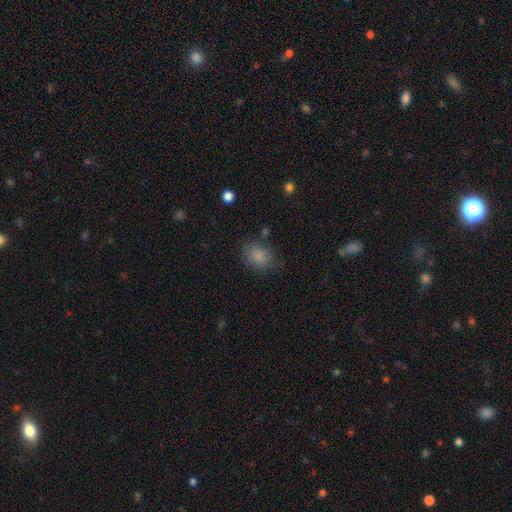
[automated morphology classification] A smooth galaxy with no disk features (83%) that is in between round and cigar-shaped (63%). Merging: none (78%).